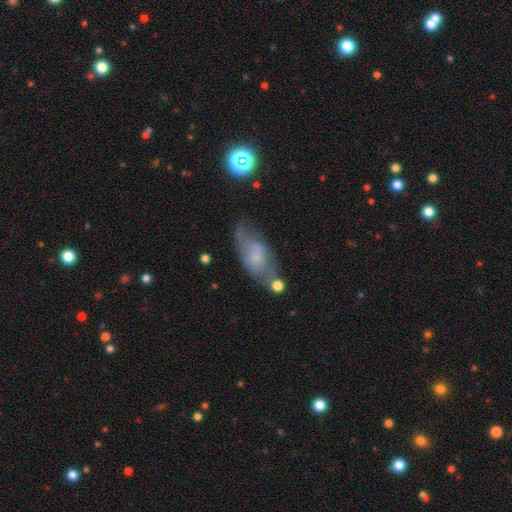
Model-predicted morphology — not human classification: A featured or disk galaxy (47%). Merging: none (48%).